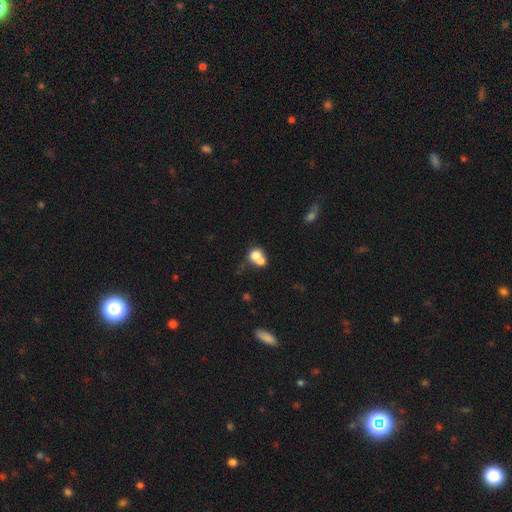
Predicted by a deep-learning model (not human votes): Smooth or featured? Predicted: smooth (p=0.72). How rounded? Predicted: round (p=0.69). Merging? Predicted: merger (p=0.64).